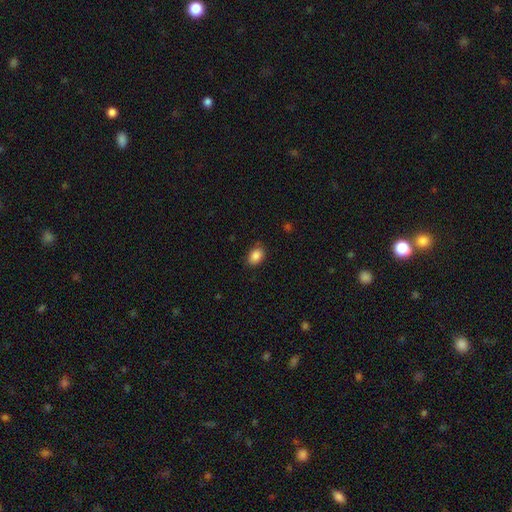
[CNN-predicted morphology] This is clearly a smooth galaxy (88%). How rounded: clearly in between (83%). Merging: clearly none (83%).